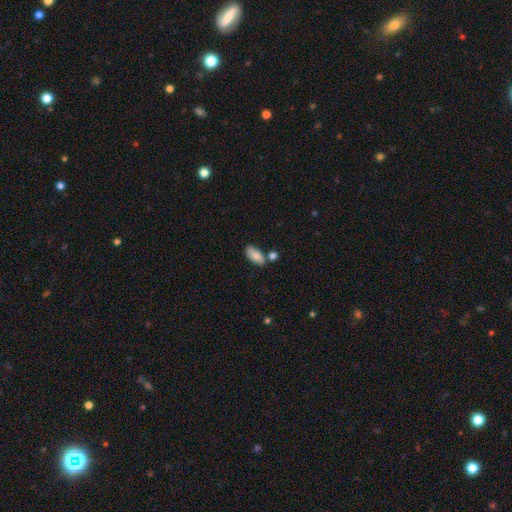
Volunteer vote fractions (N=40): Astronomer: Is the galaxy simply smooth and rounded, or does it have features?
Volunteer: smooth — 82%.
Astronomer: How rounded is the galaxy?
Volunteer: in between — 94%.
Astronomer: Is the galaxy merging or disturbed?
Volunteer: none — 59%.